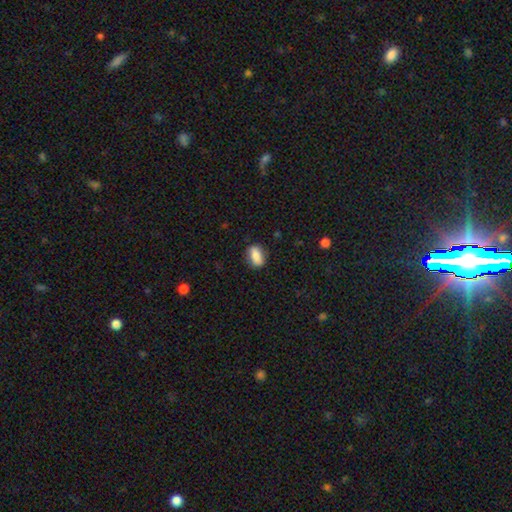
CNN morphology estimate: type=smooth (81%); roundness=in between (83%); merging=none (83%).